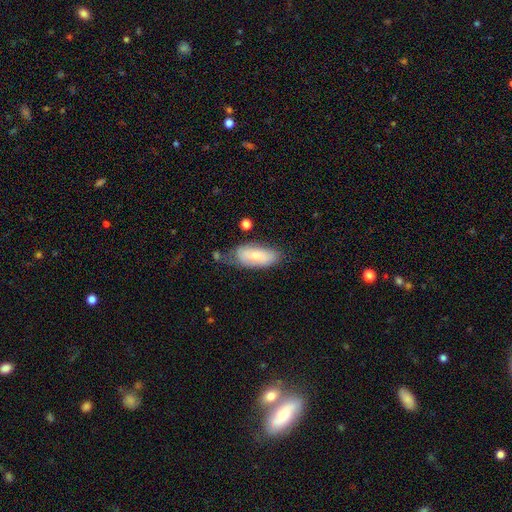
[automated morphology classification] A smooth galaxy with no disk features (64%) that is in between round and cigar-shaped (85%).

Vote fractions:
- Smooth or featured? smooth: 64% / featured or disk: 29% / star or artifact: 7%
- How rounded? in between: 85% / cigar-shaped: 13% / round: 2%
- Merging? none: 51% / minor disturbance: 32% / major disturbance: 11% / merger: 6%